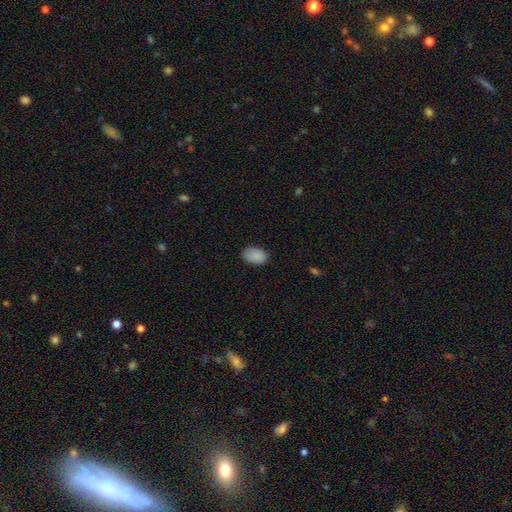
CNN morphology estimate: Smooth or featured? Predicted: smooth (p=0.89). How rounded? Predicted: in between (p=0.89). Merging? Predicted: none (p=0.84).